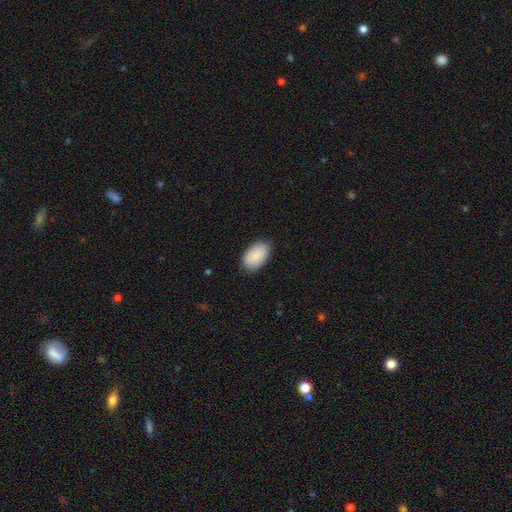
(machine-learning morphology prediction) This appears to be a smooth galaxy with no disk features (89%) that is in between round and cigar-shaped (94%). Merging: none (84%).